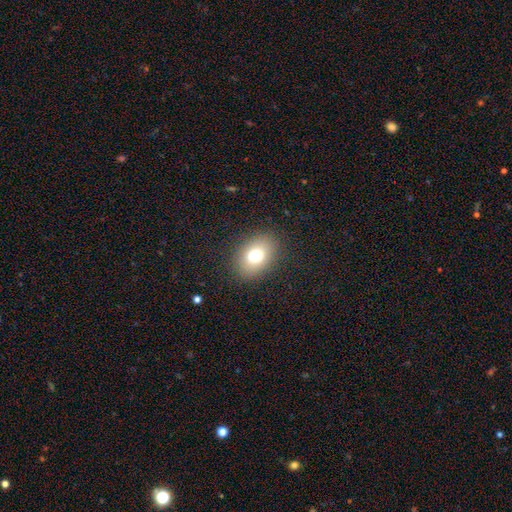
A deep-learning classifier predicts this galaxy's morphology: Overall: smooth (74%). How rounded: in between (71%). Merging: none (85%).